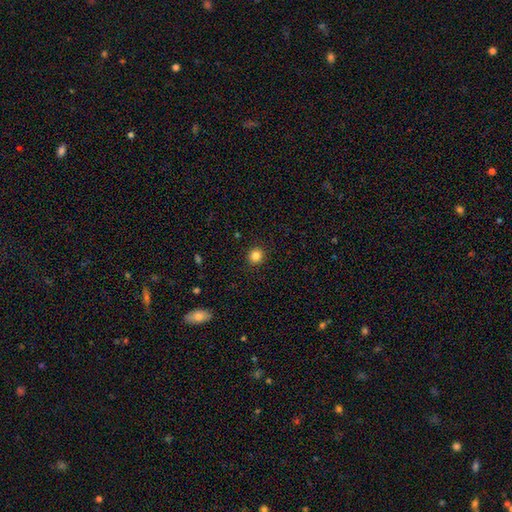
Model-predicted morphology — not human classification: Overall: smooth (84%). How rounded: round (89%). Merging: none (92%).